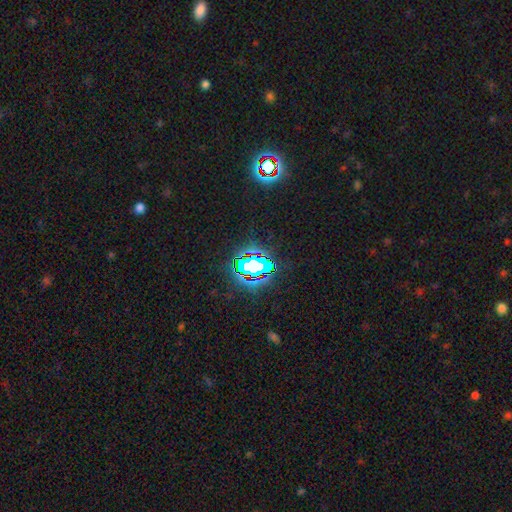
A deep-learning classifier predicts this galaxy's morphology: Smooth or featured? Predicted: star or artifact (p=0.80).